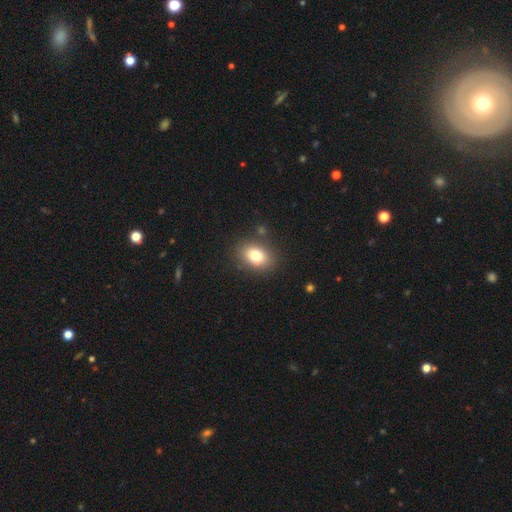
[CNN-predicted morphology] smooth_or_featured: smooth (p=0.80) [alt: featured or disk p=0.10]
how_rounded: in between (p=0.78) [alt: round p=0.21]
merging: none (p=0.81) [alt: minor disturbance p=0.11]